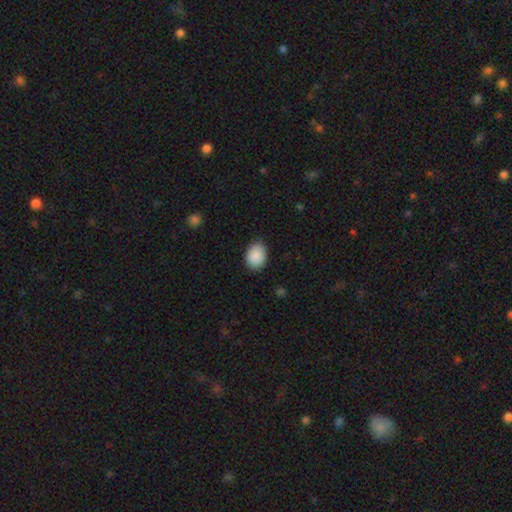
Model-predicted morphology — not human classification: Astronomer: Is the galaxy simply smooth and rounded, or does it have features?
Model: smooth — 90%.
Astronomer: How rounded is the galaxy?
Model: in between — 60% (runner-up: round, 39%).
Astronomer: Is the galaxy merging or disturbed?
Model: none — 85%.